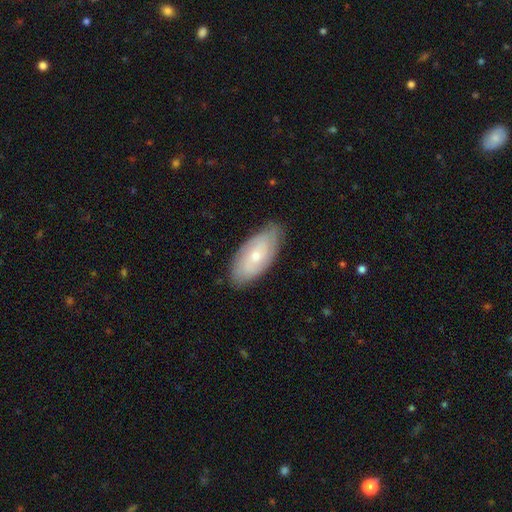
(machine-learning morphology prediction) A featured or disk galaxy (55%). Merging: none (78%).